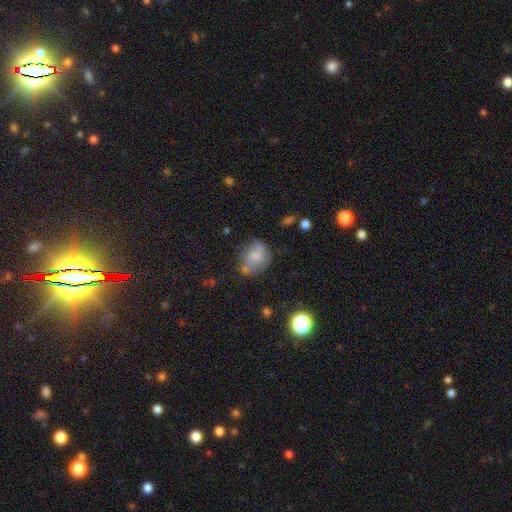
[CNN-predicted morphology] Smooth or featured: smooth — 62% (featured or disk — 27%)
How rounded: in between — 55% (round — 43%)
Merging: none — 45% (minor disturbance — 26%)